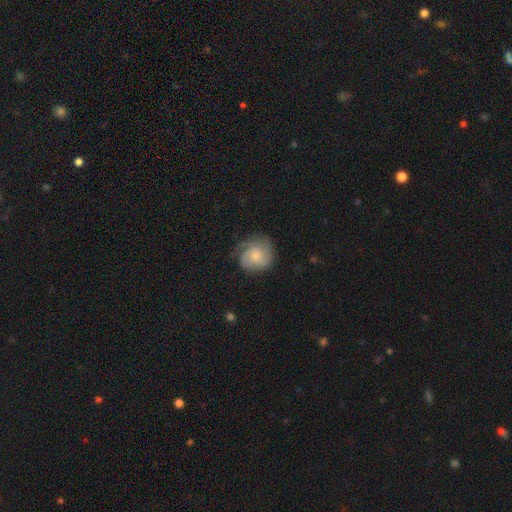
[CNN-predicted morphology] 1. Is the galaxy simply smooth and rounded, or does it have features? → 57% featured or disk, 36% smooth, 7% star or artifact.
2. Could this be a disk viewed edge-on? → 98% no, 2% yes.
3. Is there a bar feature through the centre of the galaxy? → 76% no, 21% weak, 3% strong.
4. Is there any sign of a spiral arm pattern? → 90% yes, 10% no.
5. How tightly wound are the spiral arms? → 45% tight, 37% medium, 17% loose.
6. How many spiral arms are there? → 28% 3, 26% can't tell, 24% 2, 12% 1, 6% 4, 4% more than 4.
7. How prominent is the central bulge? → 49% small, 42% moderate, 4% none, 4% large, 1% dominant.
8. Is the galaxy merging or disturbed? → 63% none, 24% minor disturbance, 12% major disturbance, 1% merger.